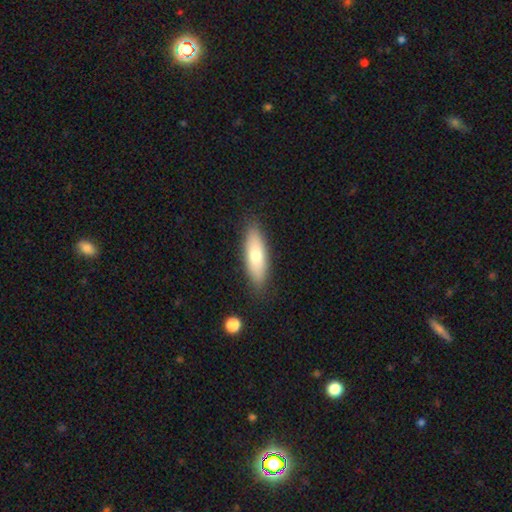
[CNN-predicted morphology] The model was most divided on "how rounded": in between: 52%, cigar-shaped: 46%, round: 2%. More confident: merging — none (87%); smooth or featured — smooth (68%).